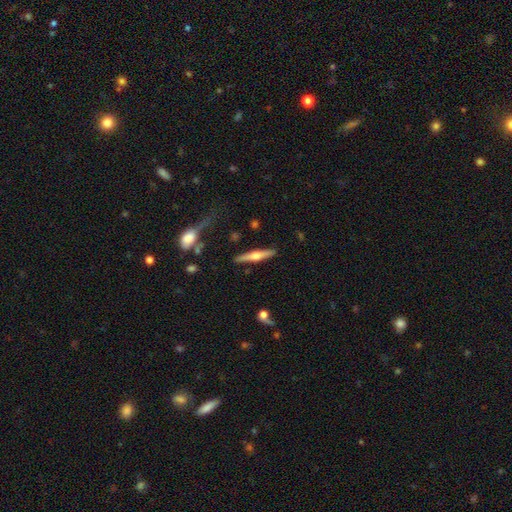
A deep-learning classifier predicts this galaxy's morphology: featured or disk 62%, smooth 33%, star or artifact 6%. Down the decision tree: edge-on disk — yes (97%); edge-on bulge — rounded (92%); merging — none (87%).